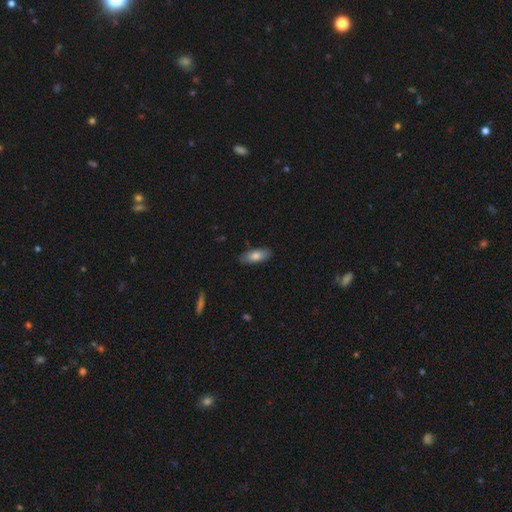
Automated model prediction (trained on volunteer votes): Morphology: type=smooth (79%); roundness=in between (78%); merging=none (87%).